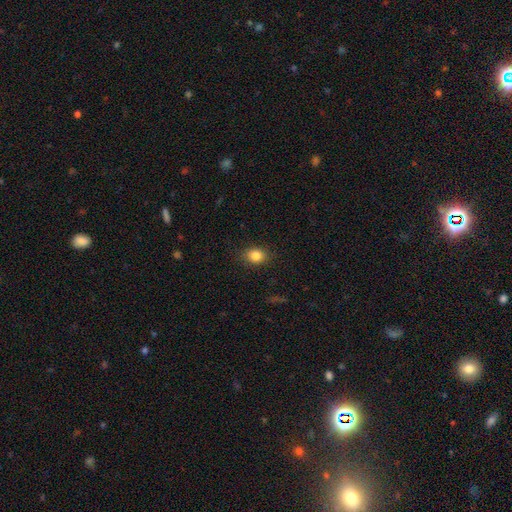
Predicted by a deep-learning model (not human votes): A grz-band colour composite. It shows a smooth galaxy with no disk features (84%) that is in between round and cigar-shaped (56%). Merging: none (87%).